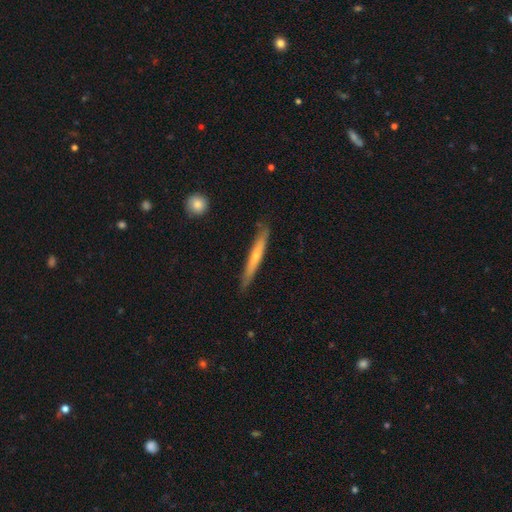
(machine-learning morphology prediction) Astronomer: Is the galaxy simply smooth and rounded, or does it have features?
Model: featured or disk — 50% (runner-up: smooth, 45%).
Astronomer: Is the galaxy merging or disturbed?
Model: none — 84%.